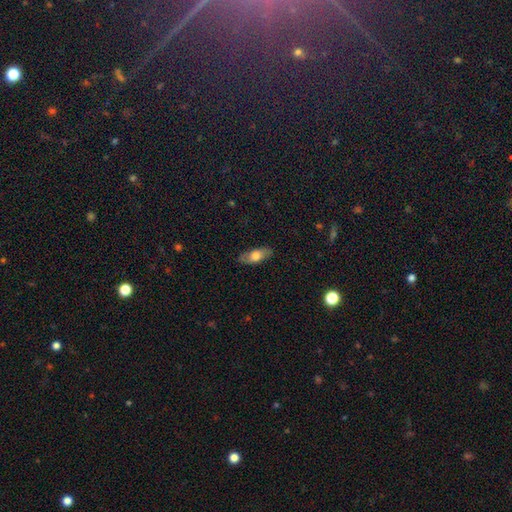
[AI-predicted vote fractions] This is likely a smooth galaxy (66%). How rounded: likely in between (77%). Merging: clearly none (83%).